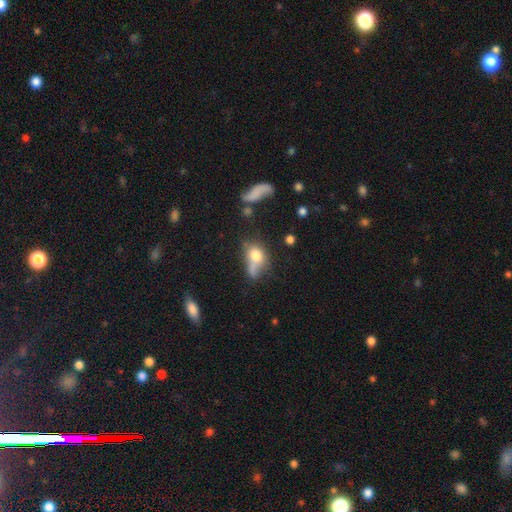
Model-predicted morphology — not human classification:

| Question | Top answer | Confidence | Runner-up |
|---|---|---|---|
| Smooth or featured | smooth | 67% | featured or disk (21%) |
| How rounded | in between | 65% | round (30%) |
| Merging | merger | 27% | tied: none (27%) |